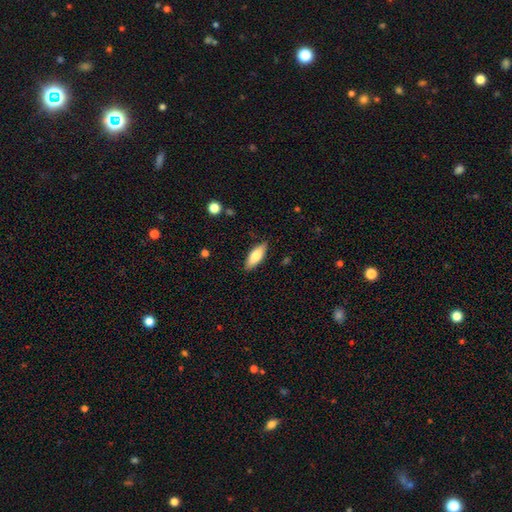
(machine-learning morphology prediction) Smooth or featured? Predicted: smooth (p=0.77). How rounded? Predicted: in between (p=0.71). Merging? Predicted: none (p=0.87).